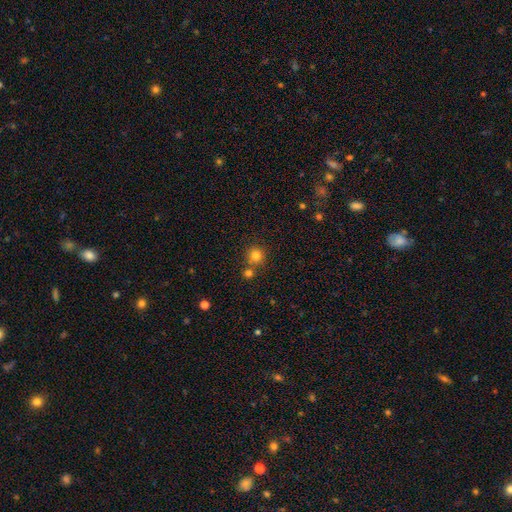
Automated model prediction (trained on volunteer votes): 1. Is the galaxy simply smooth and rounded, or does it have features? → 80% smooth, 14% star or artifact, 6% featured or disk.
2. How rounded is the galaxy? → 92% round, 7% in between, 1% cigar-shaped.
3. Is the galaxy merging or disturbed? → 69% none, 21% merger, 8% minor disturbance, 3% major disturbance.